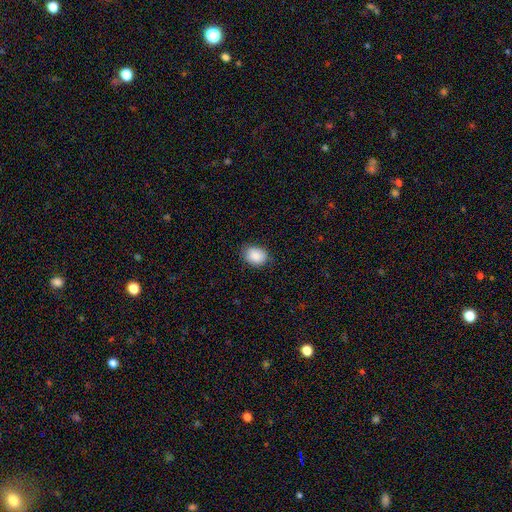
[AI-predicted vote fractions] A smooth galaxy with no disk features (89%) that is in between round and cigar-shaped (63%).

Vote fractions:
- Smooth or featured? smooth: 89% / star or artifact: 7% / featured or disk: 4%
- How rounded? in between: 63% / round: 36% / cigar-shaped: 1%
- Merging? none: 82% / minor disturbance: 14% / major disturbance: 3% / merger: 1%